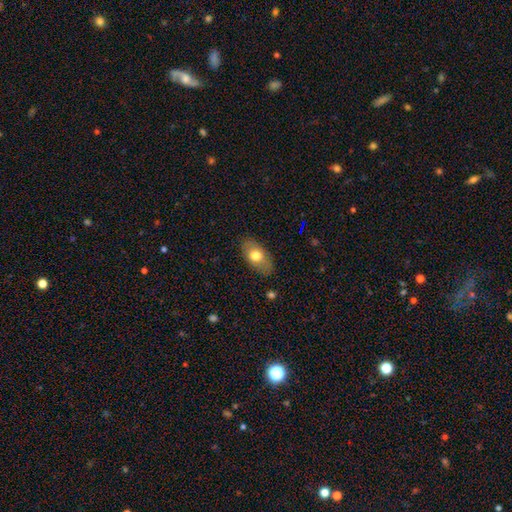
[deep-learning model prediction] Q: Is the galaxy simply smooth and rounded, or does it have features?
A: smooth — 71%.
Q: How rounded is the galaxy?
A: in between — 90%.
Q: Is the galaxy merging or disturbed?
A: none — 84%.